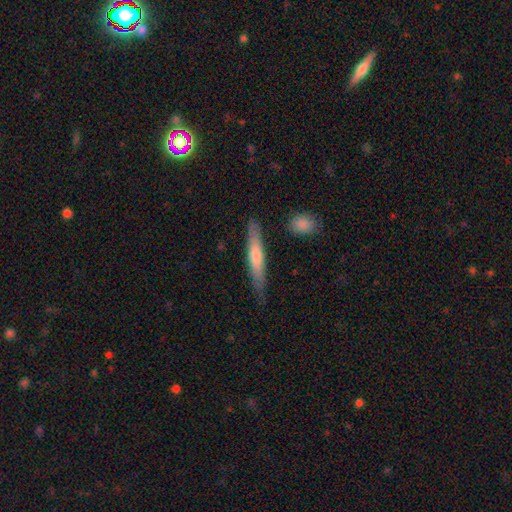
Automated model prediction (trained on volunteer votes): Morphology: type=smooth (60%); roundness=cigar-shaped (91%); merging=none (82%).